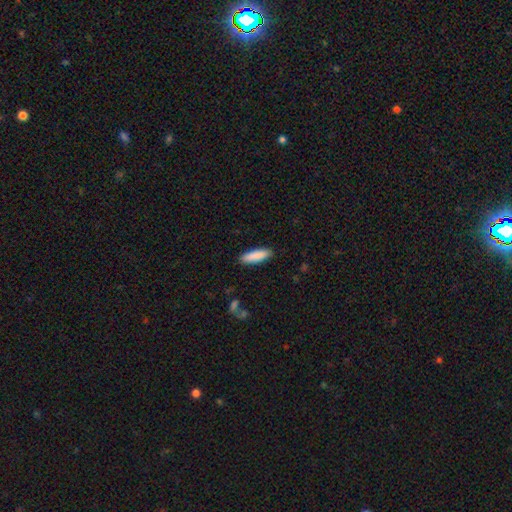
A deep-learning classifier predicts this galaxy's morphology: This appears to be a smooth galaxy with no disk features (88%) that is cigar-shaped (62%). Merging: none (90%).